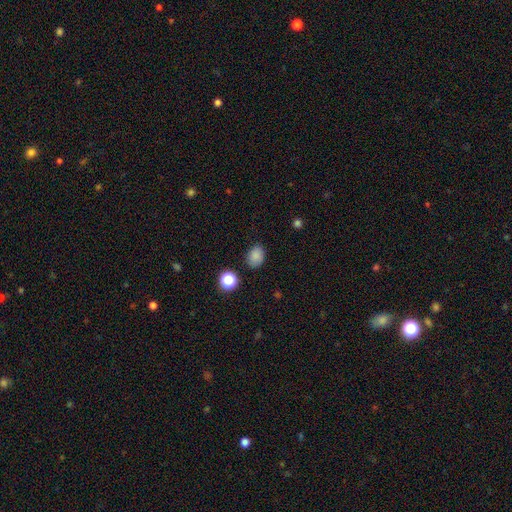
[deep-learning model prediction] smooth 84%, star or artifact 12%, featured or disk 5%. Down the decision tree: how rounded — in between (69%); merging — none (83%).